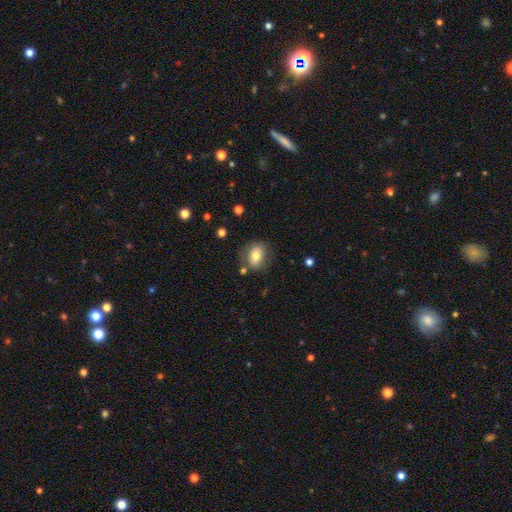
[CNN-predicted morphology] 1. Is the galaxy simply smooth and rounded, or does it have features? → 73% smooth, 18% featured or disk, 9% star or artifact.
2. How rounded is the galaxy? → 62% in between, 36% round, 2% cigar-shaped.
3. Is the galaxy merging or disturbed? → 73% none, 16% minor disturbance, 6% major disturbance, 5% merger.